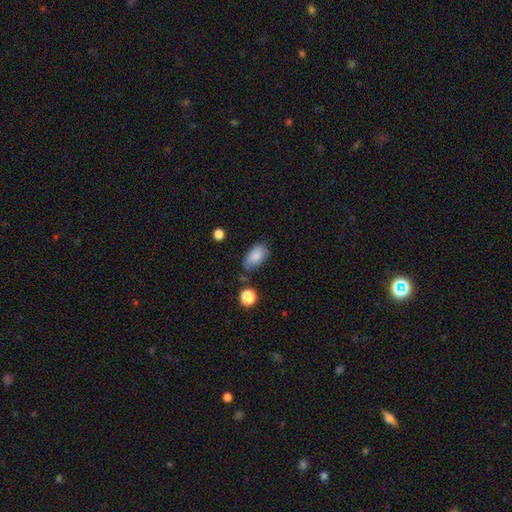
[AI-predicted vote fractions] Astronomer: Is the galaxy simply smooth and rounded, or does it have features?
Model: smooth — 86%.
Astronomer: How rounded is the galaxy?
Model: in between — 93%.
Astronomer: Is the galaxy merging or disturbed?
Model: none — 70%.